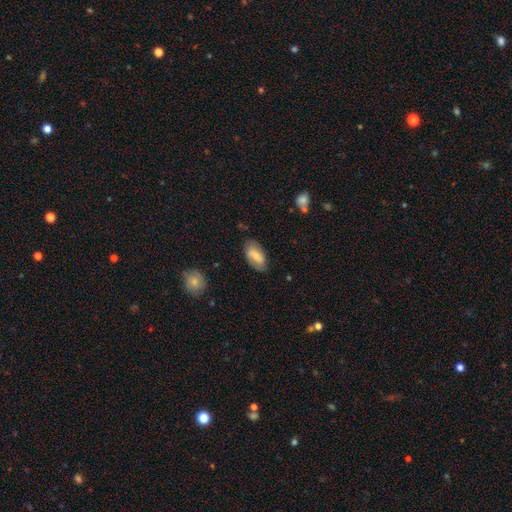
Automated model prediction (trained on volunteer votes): Smooth or featured? smooth (60%)
How rounded? in between (92%)
Merging? none (76%)